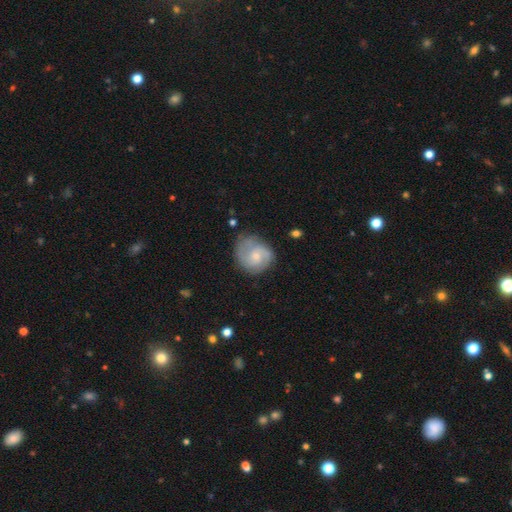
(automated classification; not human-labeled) Smooth or featured: featured or disk — 66% (smooth — 28%)
Edge-on disk: no — 98% (yes — 2%)
Bar: no — 67% (weak — 29%)
Spiral arms: yes — 91% (no — 9%)
Spiral winding: medium — 45% (tight — 39%)
Spiral arm count: 2 — 57% (can't tell — 17%)
Bulge size: small — 64% (moderate — 30%)
Merging: none — 63% (minor disturbance — 25%)